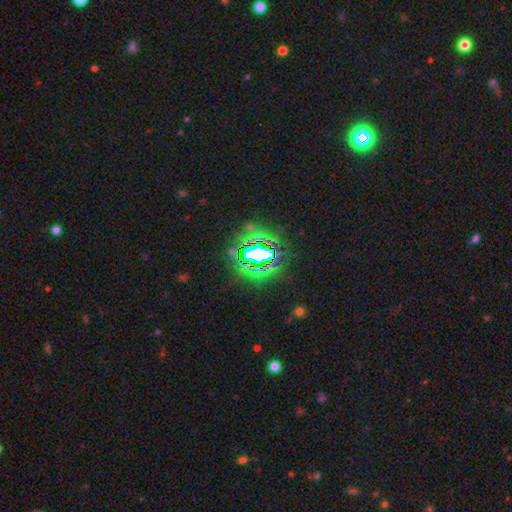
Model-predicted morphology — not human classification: A star or artifact, not a galaxy (74%).